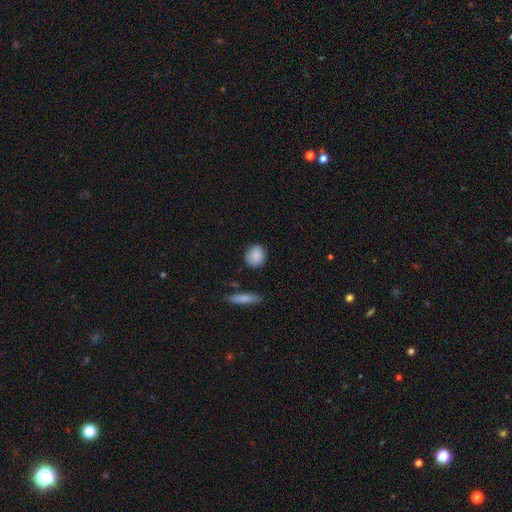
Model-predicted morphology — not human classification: Smooth or featured? Predicted: smooth (p=0.87). How rounded? Predicted: round (p=0.74). Merging? Predicted: none (p=0.86).